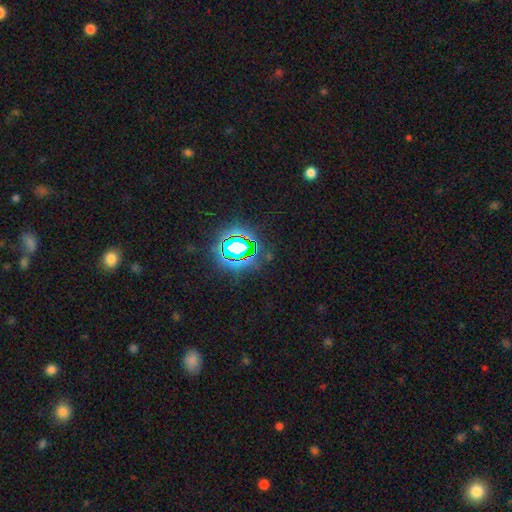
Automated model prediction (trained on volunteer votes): smooth-or-featured: star or artifact: 80% | smooth: 13% | featured or disk: 7%